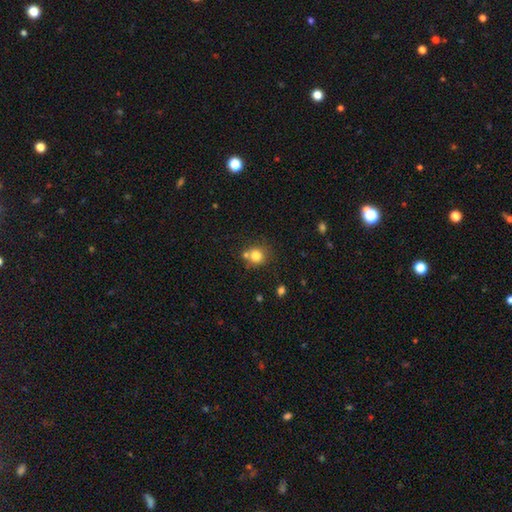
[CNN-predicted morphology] The model was most divided on "merging": none: 61%, merger: 23%, minor disturbance: 12%, major disturbance: 4%. More confident: how rounded — round (87%); smooth or featured — smooth (79%).